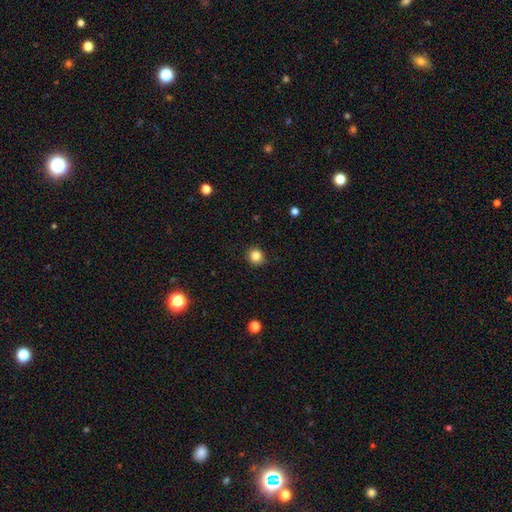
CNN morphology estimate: Smooth or featured: smooth — 84% (star or artifact — 11%)
How rounded: round — 88% (in between — 11%)
Merging: none — 90% (minor disturbance — 7%)